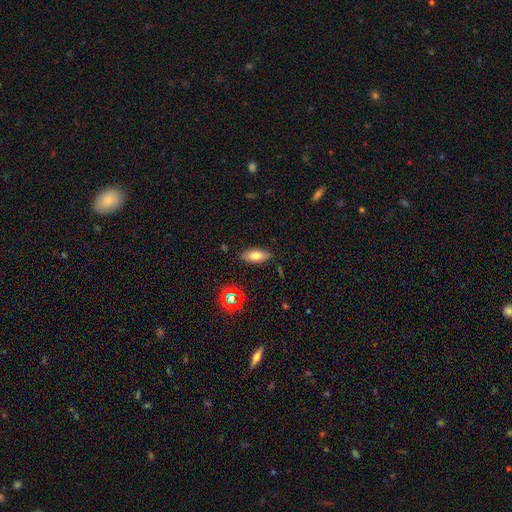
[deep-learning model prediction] Q: Smooth or featured?
A: smooth (73%); runner-up: featured or disk (16%)
Q: How rounded?
A: in between (83%); runner-up: cigar-shaped (14%)
Q: Merging?
A: none (85%); runner-up: minor disturbance (11%)